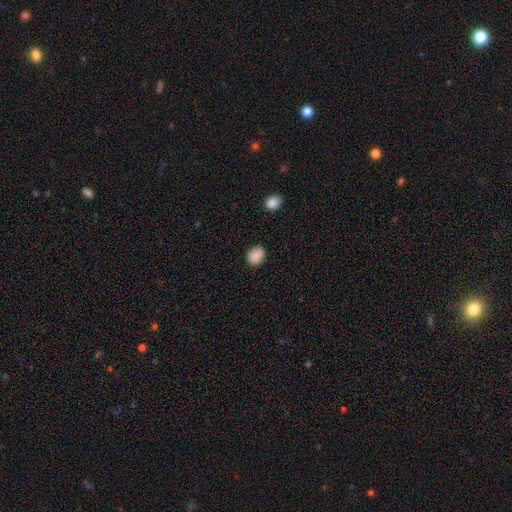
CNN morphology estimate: smooth_or_featured: smooth (p=0.87) [alt: star or artifact p=0.09]
how_rounded: round (p=0.51) [alt: in between p=0.48]
merging: none (p=0.83) [alt: minor disturbance p=0.13]